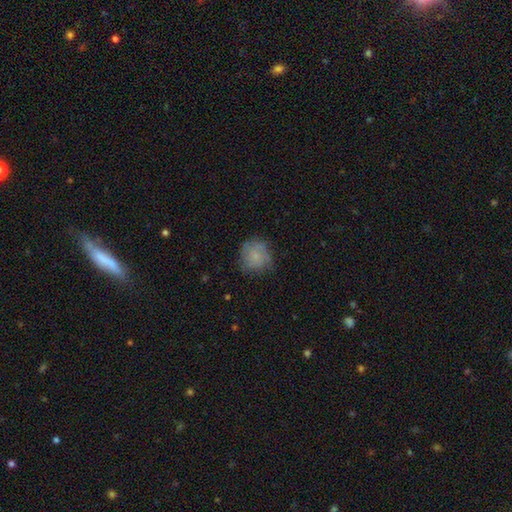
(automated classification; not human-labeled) A smooth galaxy with no disk features (63%) that is round (86%).

Vote fractions:
- Smooth or featured? smooth: 63% / featured or disk: 28% / star or artifact: 9%
- How rounded? round: 86% / in between: 13% / cigar-shaped: 1%
- Merging? none: 68% / minor disturbance: 24% / major disturbance: 8% / merger: 1%